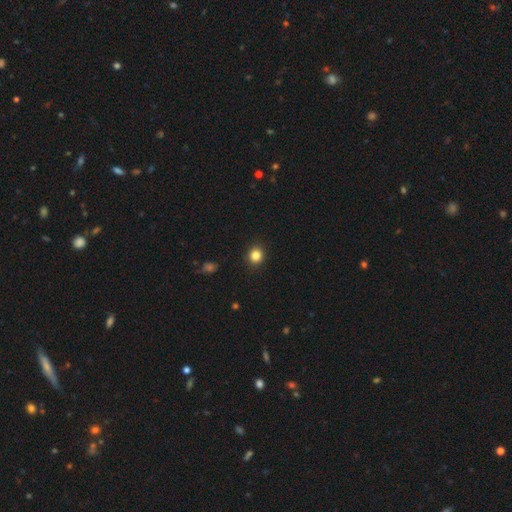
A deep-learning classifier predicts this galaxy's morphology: This is clearly a smooth galaxy (84%). How rounded: clearly round (86%). Merging: clearly none (92%).